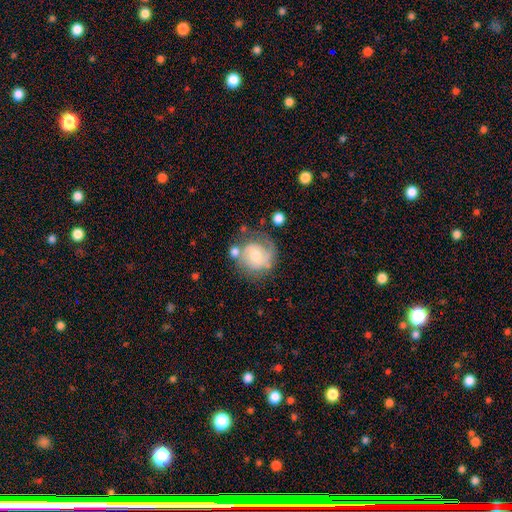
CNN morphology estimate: This is likely a featured or disk galaxy (65%). It is clearly not viewed edge-on (98%). Bar: possibly no (58%). Spiral arm pattern: clearly yes (83%). Spiral arm count: possibly 2 (51%). Spiral winding: possibly tight (45%). Central bulge: likely moderate (60%). Merging: possibly none (55%).